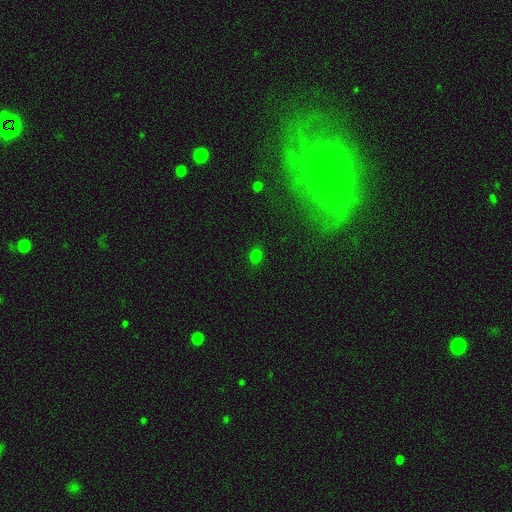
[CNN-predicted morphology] Q: Smooth or featured?
A: smooth (74%); runner-up: star or artifact (22%)
Q: How rounded?
A: in between (62%); runner-up: round (37%)
Q: Merging?
A: none (87%); runner-up: minor disturbance (9%)